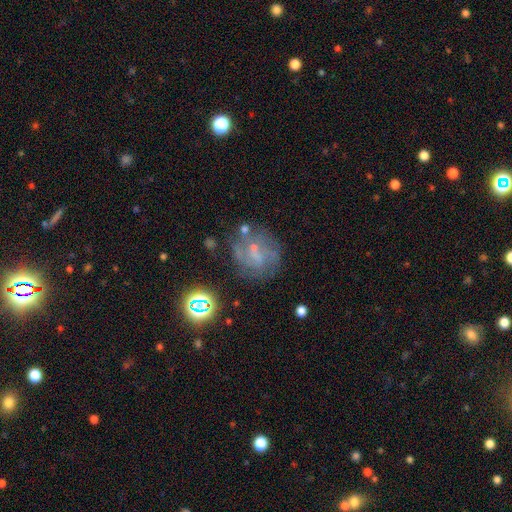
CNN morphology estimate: type=featured or disk (57%); edge-on=no (97%); bar=no (44%, tied with weak); spiral arms=yes (71%); bulge=small (56%); merging=none (65%).